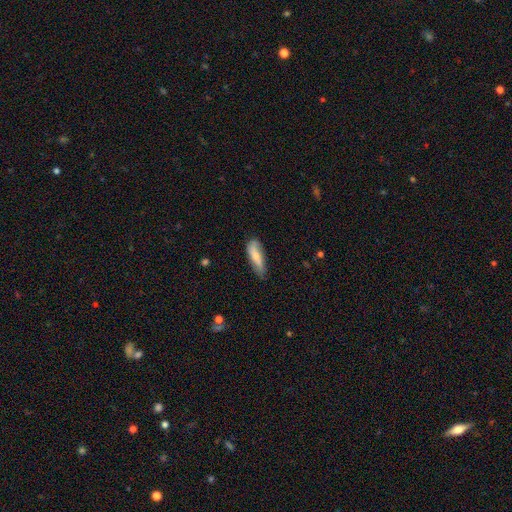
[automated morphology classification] The model was most divided on "how rounded": in between: 50%, cigar-shaped: 47%, round: 2%. More confident: smooth or featured — smooth (71%); merging — none (62%).